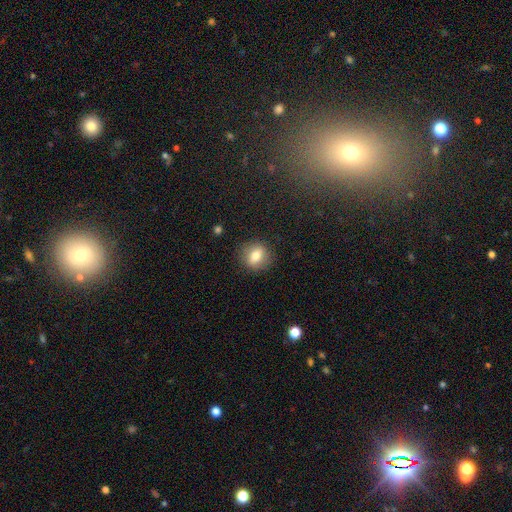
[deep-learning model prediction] This appears to be a smooth galaxy with no disk features (75%) that is round (67%). Merging: none (87%).